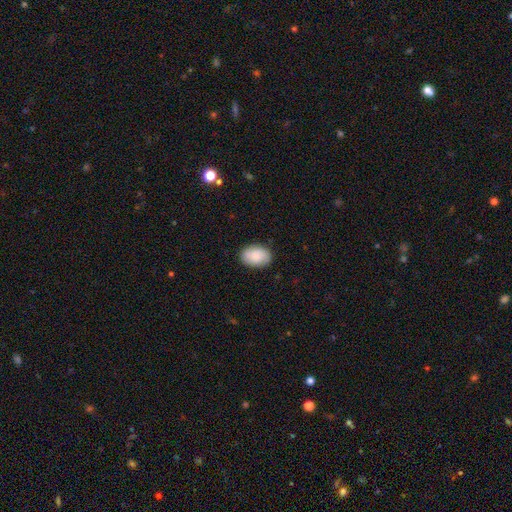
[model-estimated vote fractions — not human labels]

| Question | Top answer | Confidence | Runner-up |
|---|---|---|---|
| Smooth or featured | smooth | 83% | featured or disk (10%) |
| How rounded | in between | 84% | round (14%) |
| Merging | none | 86% | minor disturbance (11%) |